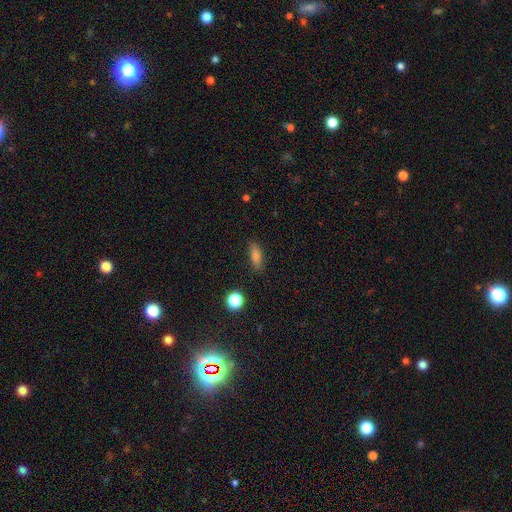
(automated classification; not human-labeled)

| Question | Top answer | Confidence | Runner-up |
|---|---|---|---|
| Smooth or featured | smooth | 72% | featured or disk (15%) |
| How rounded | in between | 48% | cigar-shaped (47%) |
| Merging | none | 86% | minor disturbance (10%) |